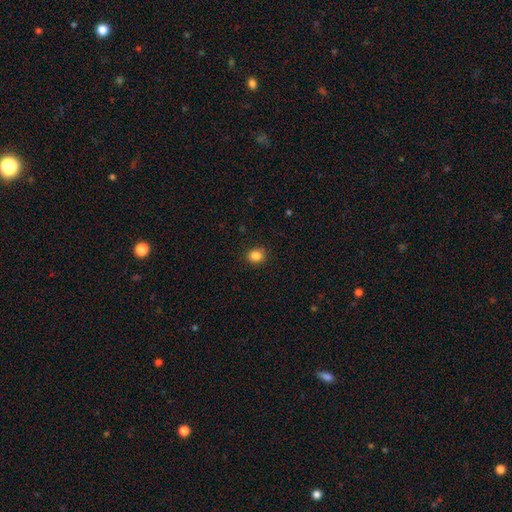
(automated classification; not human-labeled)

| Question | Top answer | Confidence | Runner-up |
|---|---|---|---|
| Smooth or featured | smooth | 85% | star or artifact (11%) |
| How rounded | round | 74% | in between (26%) |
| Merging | none | 88% | minor disturbance (8%) |